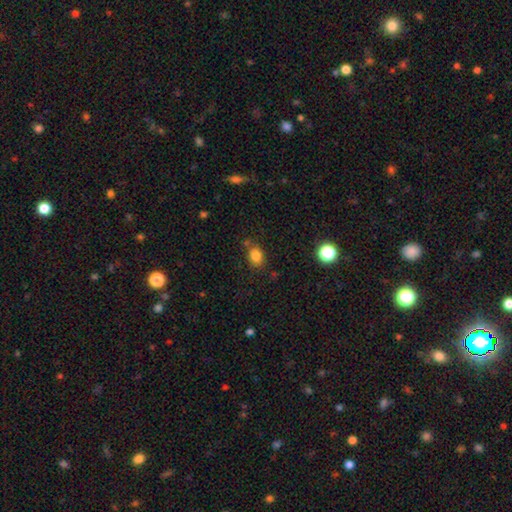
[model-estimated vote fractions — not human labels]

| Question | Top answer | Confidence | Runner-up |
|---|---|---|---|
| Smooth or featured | smooth | 82% | star or artifact (12%) |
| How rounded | in between | 53% | round (45%) |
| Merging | none | 71% | minor disturbance (17%) |